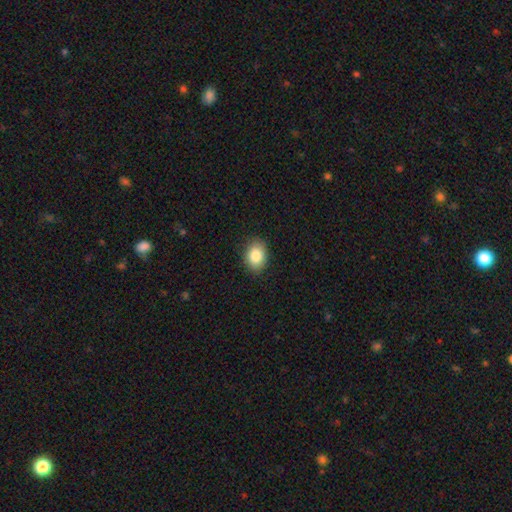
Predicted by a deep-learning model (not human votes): smooth_or_featured: smooth (p=0.85) [alt: star or artifact p=0.08]
how_rounded: in between (p=0.73) [alt: round p=0.26]
merging: none (p=0.87) [alt: minor disturbance p=0.10]